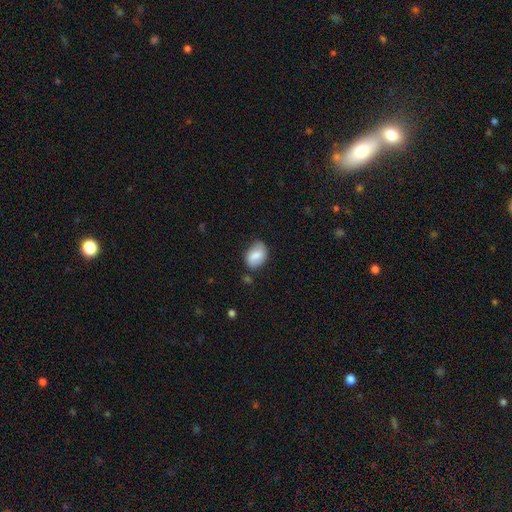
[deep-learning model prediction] The model was most divided on "merging": none: 72%, minor disturbance: 21%, major disturbance: 4%, merger: 3%. More confident: how rounded — in between (83%); smooth or featured — smooth (78%).